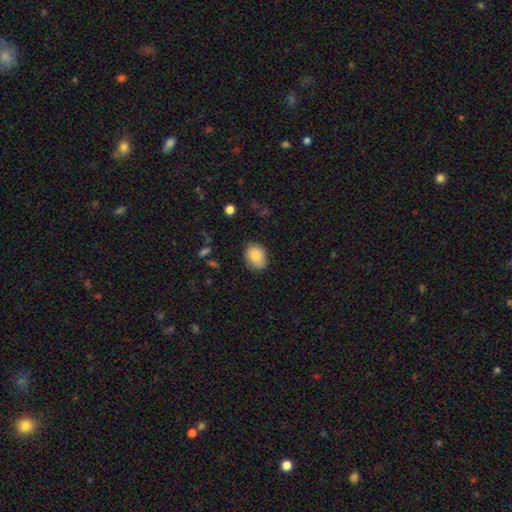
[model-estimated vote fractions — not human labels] Smooth or featured?
  - smooth: 84% *
  - featured or disk: 9%
  - star or artifact: 7%
How rounded?
  - in between: 62% *
  - round: 37%
  - cigar-shaped: 1%
Merging?
  - none: 75% *
  - minor disturbance: 20%
  - major disturbance: 4%
  - merger: 1%